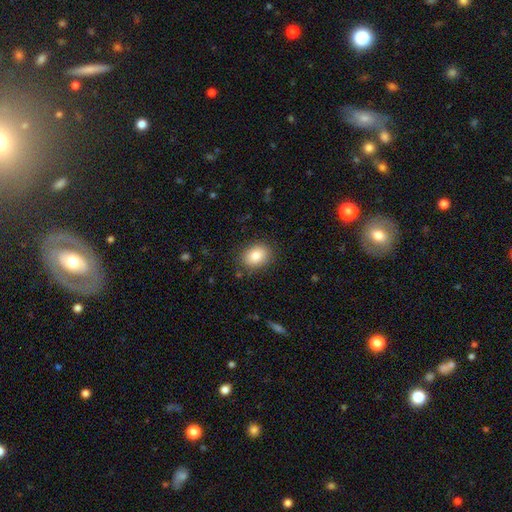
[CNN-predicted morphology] This is clearly a smooth galaxy (84%). How rounded: likely in between (67%). Merging: clearly none (85%).